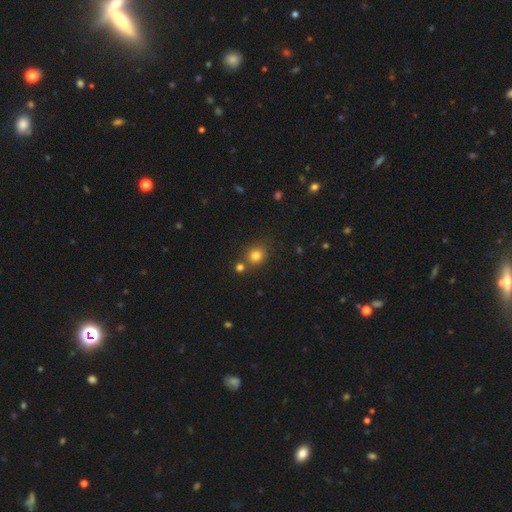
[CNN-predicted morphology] A smooth galaxy with no disk features (81%) that is round (82%). Merging: none (71%).